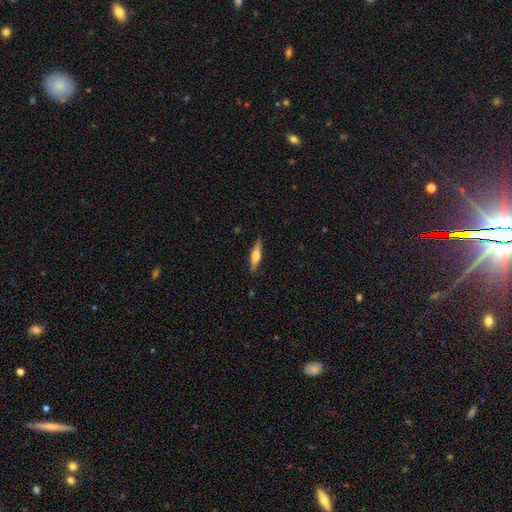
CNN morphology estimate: A featured or disk galaxy (55%) viewed edge-on (96%) with a rounded central bulge (87%).

Vote fractions:
- Smooth or featured? featured or disk: 55% / smooth: 39% / star or artifact: 6%
- Edge-on disk? yes: 96% / no: 4%
- Edge-on bulge? rounded: 87% / boxy: 10% / none: 3%
- Merging? none: 87% / minor disturbance: 10% / major disturbance: 2% / merger: 1%